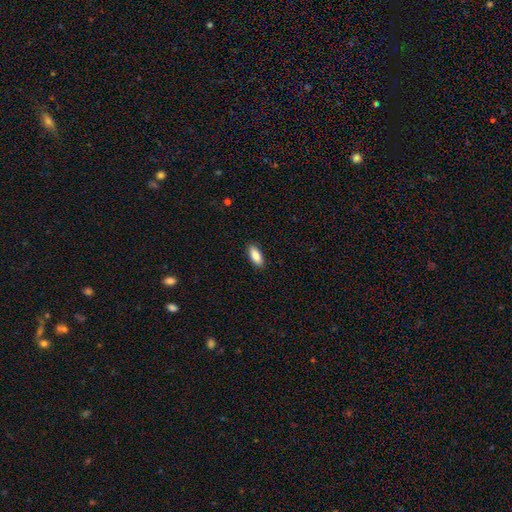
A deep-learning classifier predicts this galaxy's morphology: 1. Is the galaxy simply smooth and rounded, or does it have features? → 88% smooth, 6% star or artifact, 6% featured or disk.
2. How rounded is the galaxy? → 81% in between, 17% cigar-shaped, 2% round.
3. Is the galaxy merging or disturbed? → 89% none, 8% minor disturbance, 2% major disturbance, 1% merger.